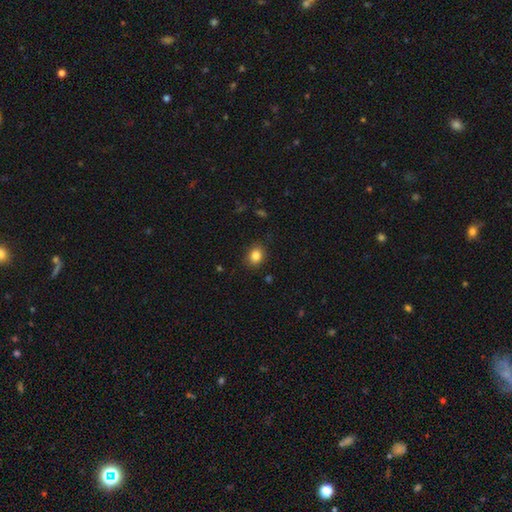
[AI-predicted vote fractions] A smooth galaxy with no disk features (84%) that is round (55%).

Vote fractions:
- Smooth or featured? smooth: 84% / star or artifact: 11% / featured or disk: 6%
- How rounded? round: 55% / in between: 44% / cigar-shaped: 1%
- Merging? none: 84% / minor disturbance: 12% / major disturbance: 3% / merger: 1%